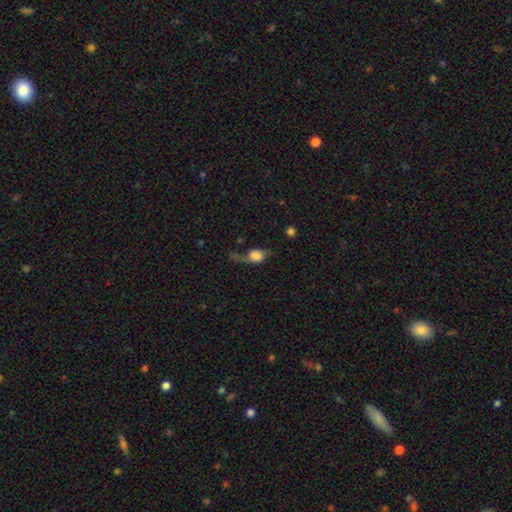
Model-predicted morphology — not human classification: The model was most divided on "how rounded": in between: 51%, round: 45%, cigar-shaped: 4%. Remaining: smooth or featured — smooth (56%); merging — major disturbance (41%).